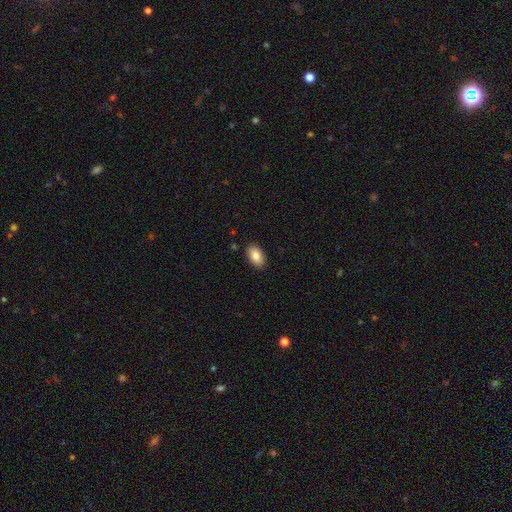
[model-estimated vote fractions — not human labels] smooth 84%, featured or disk 9%, star or artifact 7%. Down the decision tree: how rounded — in between (92%); merging — none (89%).